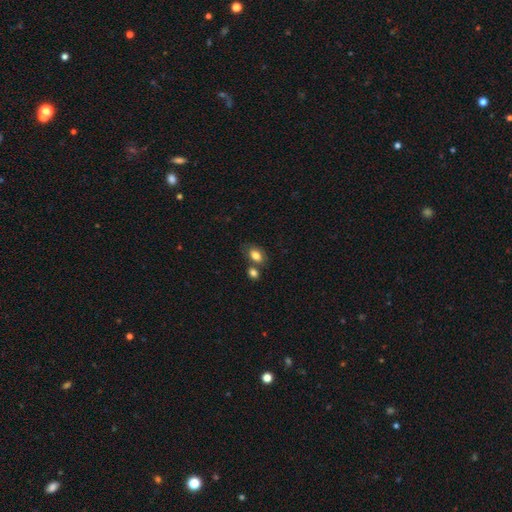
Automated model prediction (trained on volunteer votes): Morphology: type=smooth (83%); roundness=in between (83%); merging=none (57%).